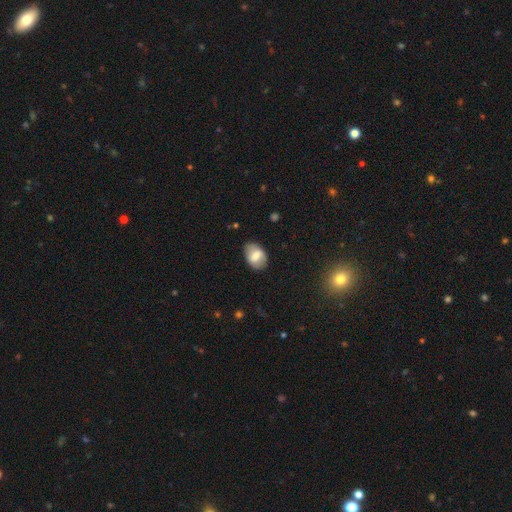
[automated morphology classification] smooth 68%, featured or disk 24%, star or artifact 8%. Down the decision tree: how rounded — in between (83%); merging — none (81%).